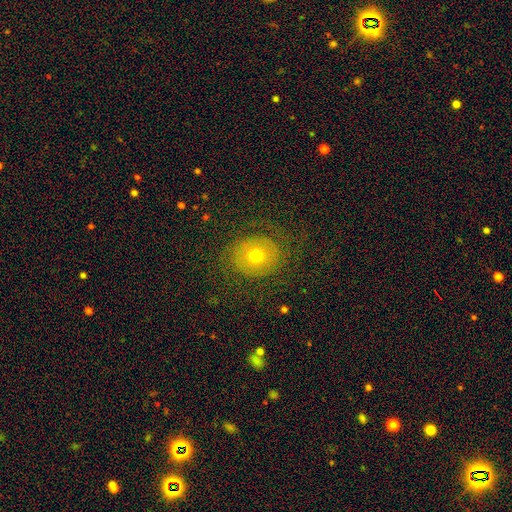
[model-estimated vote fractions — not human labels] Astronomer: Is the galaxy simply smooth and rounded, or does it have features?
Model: featured or disk — 45% (runner-up: smooth, 43%).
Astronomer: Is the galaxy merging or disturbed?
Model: none — 72%.